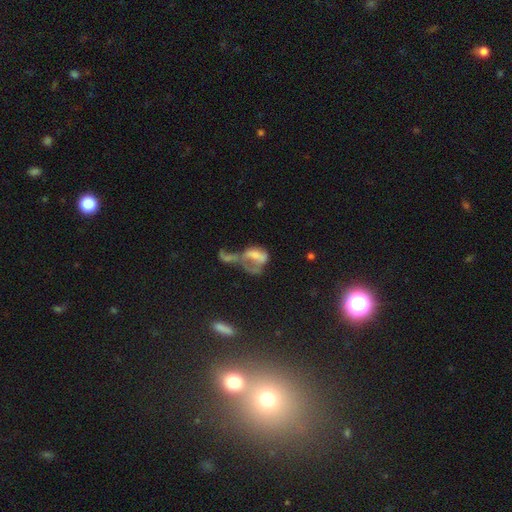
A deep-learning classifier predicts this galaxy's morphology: A featured or disk galaxy (46%). Merging: merger (47%).